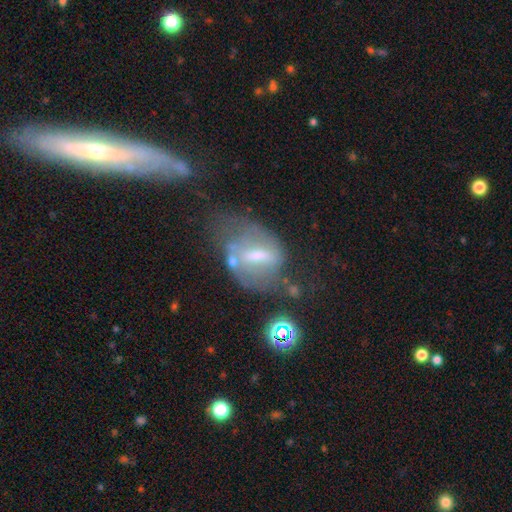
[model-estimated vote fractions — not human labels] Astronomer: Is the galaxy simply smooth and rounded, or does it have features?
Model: featured or disk — 63%.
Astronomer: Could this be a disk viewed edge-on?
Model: no — 91%.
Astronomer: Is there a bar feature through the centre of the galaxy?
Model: strong — 42%, tied with weak at 42%.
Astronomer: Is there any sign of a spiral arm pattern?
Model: yes — 52% (runner-up: no, 48%).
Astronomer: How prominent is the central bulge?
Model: small — 44% (runner-up: moderate, 41%).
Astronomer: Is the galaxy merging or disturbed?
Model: none — 37% (runner-up: major disturbance, 29%).